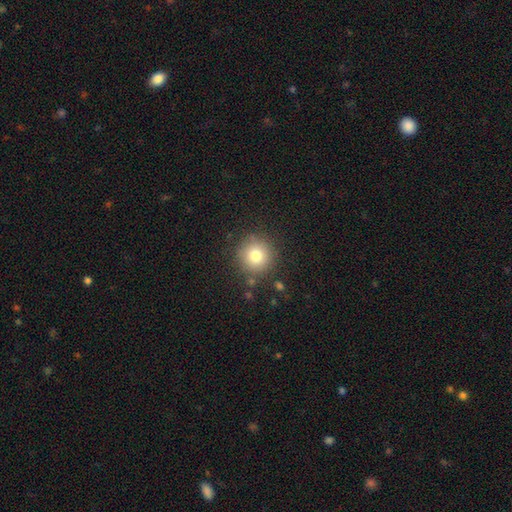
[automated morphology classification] Smooth or featured? Predicted: smooth (p=0.78). How rounded? Predicted: round (p=0.94). Merging? Predicted: none (p=0.86).